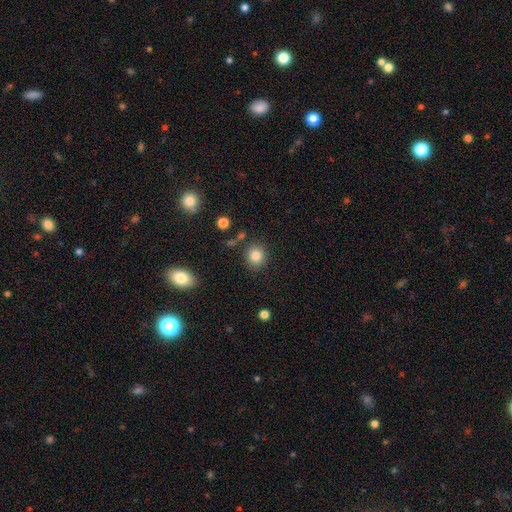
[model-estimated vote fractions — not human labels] Morphology: type=smooth (84%); roundness=round (84%); merging=none (83%).